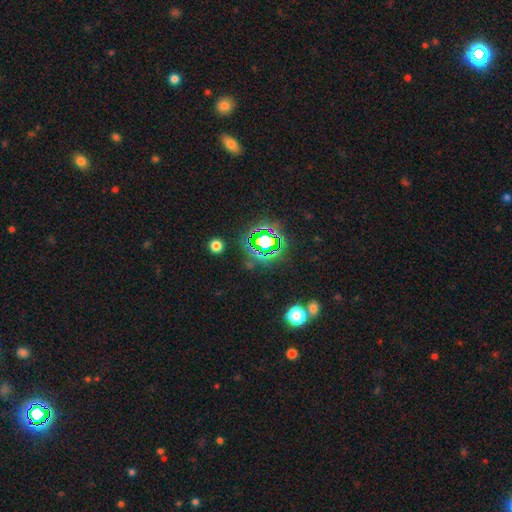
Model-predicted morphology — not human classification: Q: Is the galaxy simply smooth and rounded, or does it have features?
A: star or artifact — 79%.